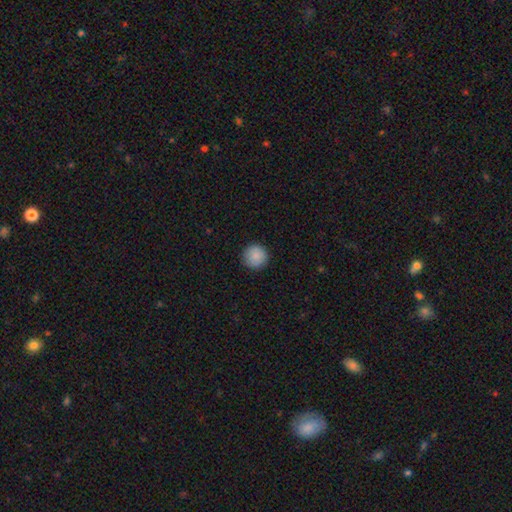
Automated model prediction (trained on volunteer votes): This is clearly a smooth galaxy (88%). How rounded: clearly round (96%). Merging: clearly none (91%).